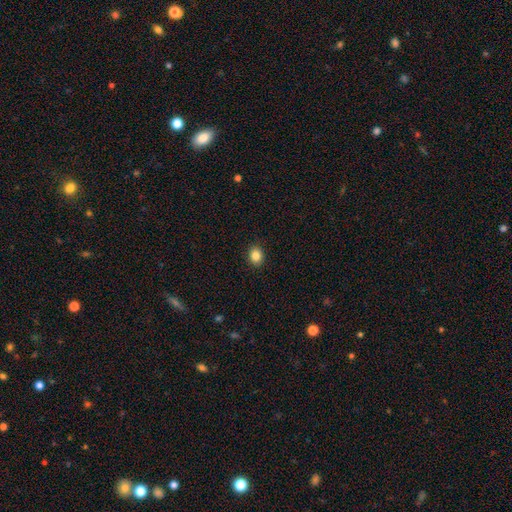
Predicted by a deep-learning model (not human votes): Smooth or featured?
  - smooth: 85% *
  - star or artifact: 10%
  - featured or disk: 5%
How rounded?
  - round: 54% *
  - in between: 45%
  - cigar-shaped: 1%
Merging?
  - none: 91% *
  - minor disturbance: 6%
  - major disturbance: 2%
  - merger: 1%